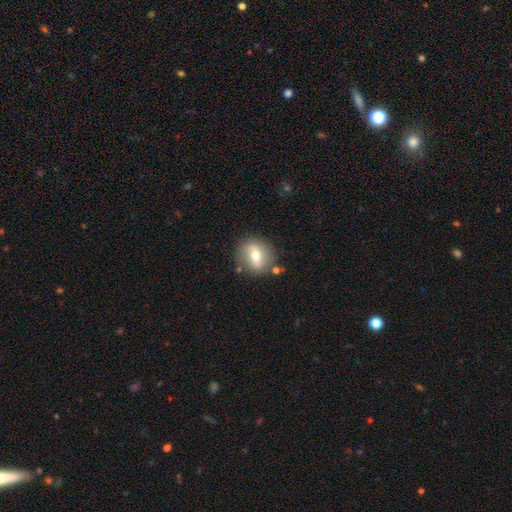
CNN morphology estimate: The model was most divided on "smooth or featured": smooth: 56%, featured or disk: 35%, star or artifact: 9%. More confident: merging — none (80%); how rounded — round (76%).